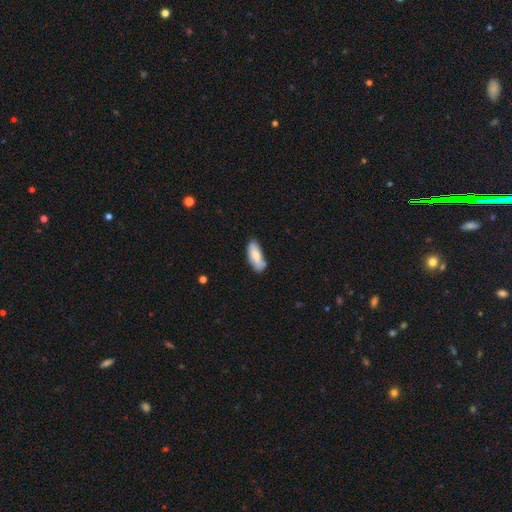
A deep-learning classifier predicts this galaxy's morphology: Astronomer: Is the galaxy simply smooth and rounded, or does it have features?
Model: smooth — 80%.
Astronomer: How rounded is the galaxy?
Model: in between — 73%.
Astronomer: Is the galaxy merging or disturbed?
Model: none — 68%.